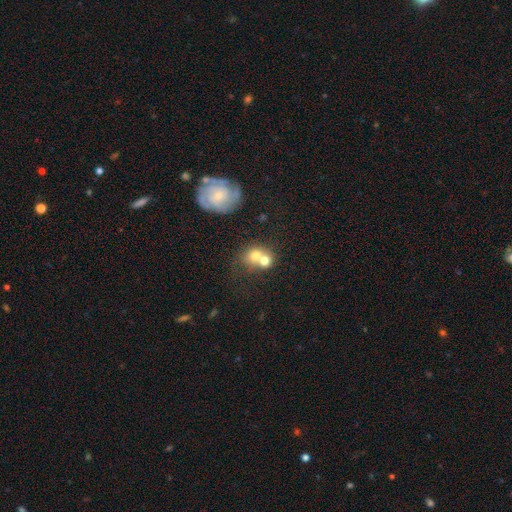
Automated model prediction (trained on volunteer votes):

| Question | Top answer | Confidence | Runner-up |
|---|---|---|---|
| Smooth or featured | smooth | 66% | featured or disk (24%) |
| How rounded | round | 66% | in between (33%) |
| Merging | merger | 63% | none (25%) |